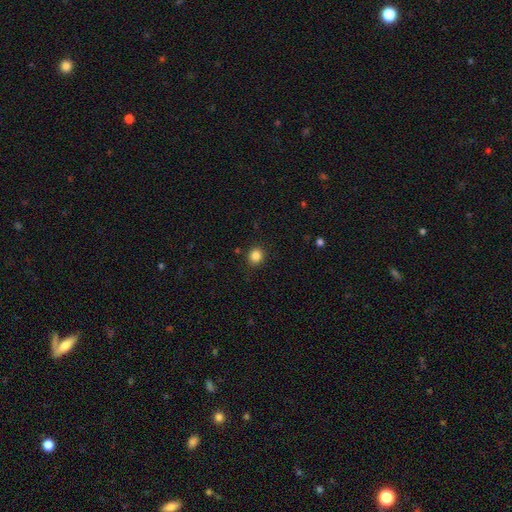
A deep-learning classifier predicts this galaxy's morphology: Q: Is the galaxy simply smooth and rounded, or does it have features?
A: smooth — 85%.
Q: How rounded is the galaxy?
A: round — 87%.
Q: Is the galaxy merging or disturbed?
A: none — 90%.